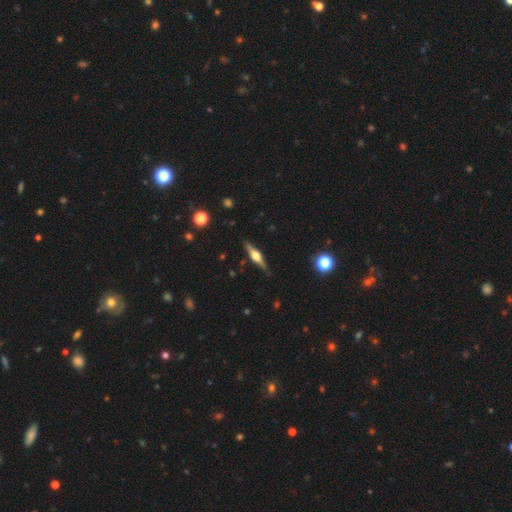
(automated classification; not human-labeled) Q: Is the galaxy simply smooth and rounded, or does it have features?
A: featured or disk — 70%.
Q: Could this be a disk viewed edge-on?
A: yes — 97%.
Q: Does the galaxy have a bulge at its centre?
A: rounded — 90%.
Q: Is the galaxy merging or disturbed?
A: none — 87%.